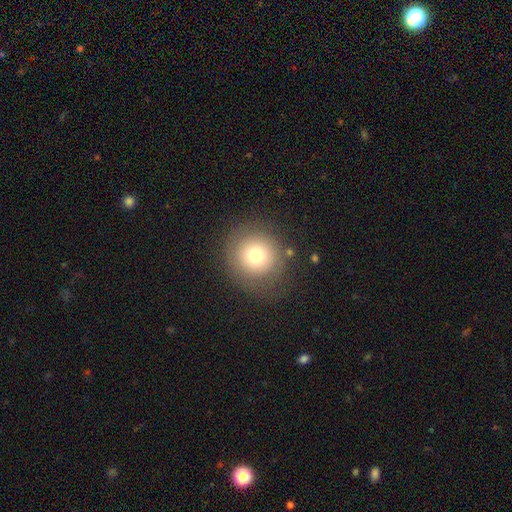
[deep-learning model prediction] smooth-or-featured: smooth: 73% | featured or disk: 16% | star or artifact: 11%
  how-rounded: round: 92% | in between: 8% | cigar-shaped: 1%
  merging: none: 77% | minor disturbance: 14% | major disturbance: 7% | merger: 2%